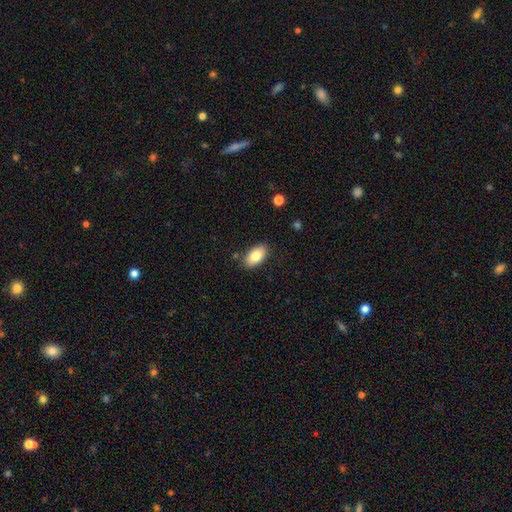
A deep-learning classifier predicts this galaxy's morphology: smooth-or-featured: smooth: 81% | featured or disk: 12% | star or artifact: 7%
  how-rounded: in between: 93% | round: 4% | cigar-shaped: 2%
  merging: none: 85% | minor disturbance: 11% | major disturbance: 2% | merger: 2%